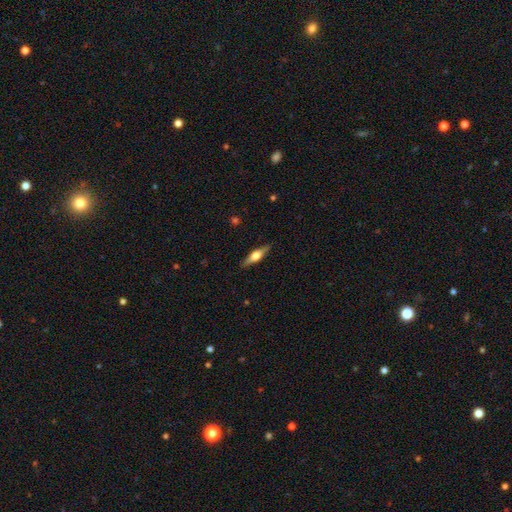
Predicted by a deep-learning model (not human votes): The model was most divided on "smooth or featured": featured or disk: 58%, smooth: 36%, star or artifact: 6%. More confident: edge-on disk — yes (95%); edge-on bulge — rounded (91%); merging — none (88%).